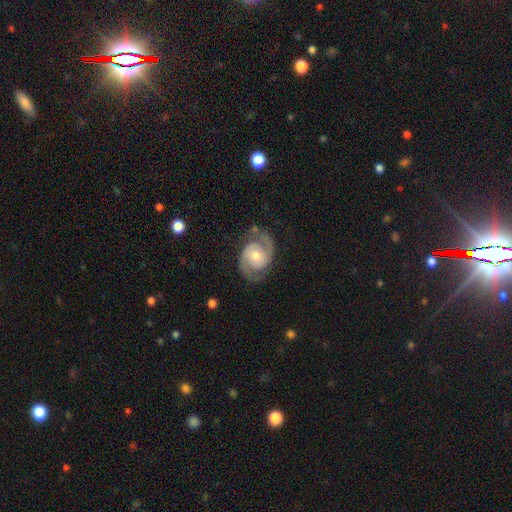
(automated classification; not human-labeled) Smooth or featured?
  - featured or disk: 88% *
  - smooth: 7%
  - star or artifact: 5%
Edge-on disk?
  - no: 98% *
  - yes: 2%
Bar?
  - no: 61% *
  - weak: 32%
  - strong: 8%
Spiral arms?
  - yes: 97% *
  - no: 3%
Spiral winding?
  - medium: 53% *
  - tight: 34%
  - loose: 14%
Spiral arm count?
  - 2: 93% *
  - can't tell: 3%
  - 1: 1%
  - 3: 1%
  - 4: 1%
  - more than 4: 1%
Bulge size?
  - moderate: 63% *
  - small: 27%
  - large: 7%
  - none: 2%
  - dominant: 1%
Merging?
  - none: 79% *
  - minor disturbance: 14%
  - major disturbance: 6%
  - merger: 2%